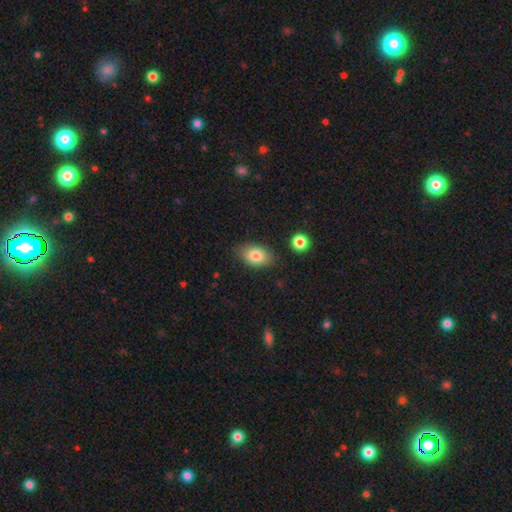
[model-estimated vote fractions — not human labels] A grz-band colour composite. It shows a smooth galaxy with no disk features (81%) that is in between round and cigar-shaped (86%). Merging: none (81%).